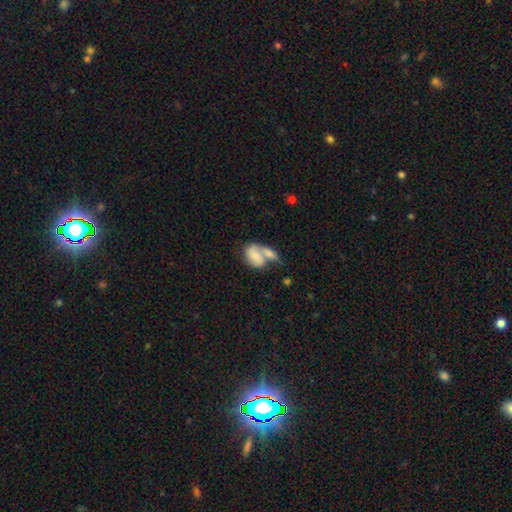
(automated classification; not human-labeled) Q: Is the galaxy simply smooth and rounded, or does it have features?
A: smooth — 64%.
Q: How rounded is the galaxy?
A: in between — 85%.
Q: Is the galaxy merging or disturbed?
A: merger — 64%.